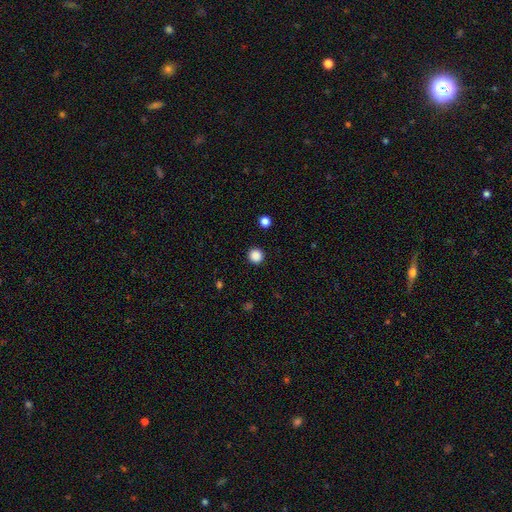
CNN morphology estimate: This is clearly a smooth galaxy (87%). How rounded: clearly round (95%). Merging: clearly none (92%).